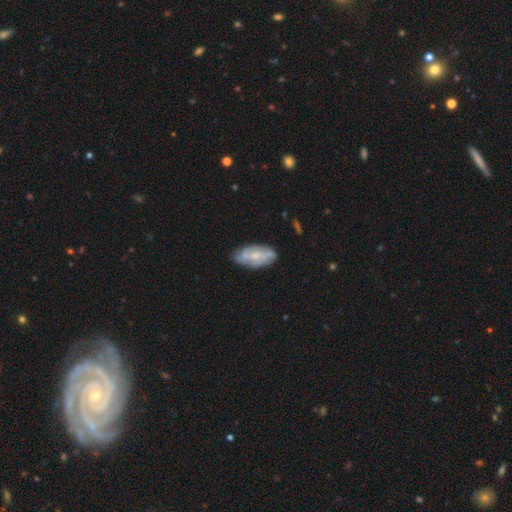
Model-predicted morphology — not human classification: This appears to be a featured or disk galaxy (56%) with no bar (65%), spiral arms (53%) and a small central bulge (52%). Merging: none (69%).